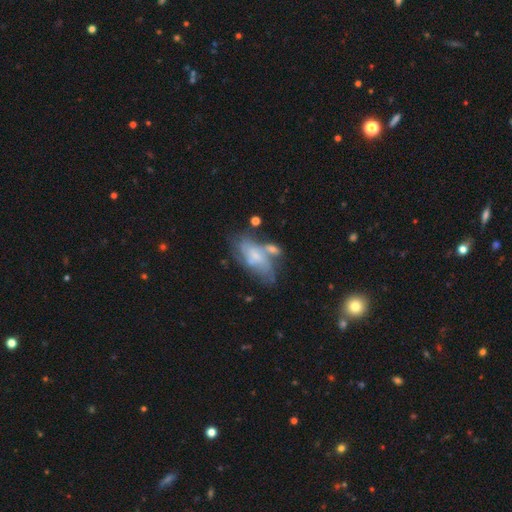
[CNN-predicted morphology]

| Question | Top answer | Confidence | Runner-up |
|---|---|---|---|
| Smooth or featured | featured or disk | 57% | smooth (34%) |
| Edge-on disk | no | 91% | yes (9%) |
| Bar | no | 67% | weak (28%) |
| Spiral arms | yes | 66% | no (34%) |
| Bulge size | small | 52% | moderate (24%) |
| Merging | none | 34% | merger (27%) |